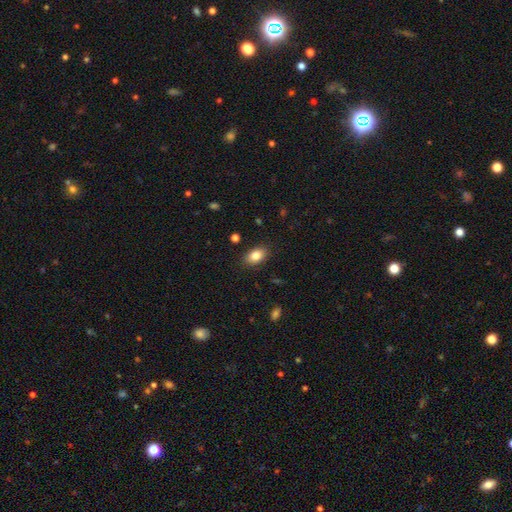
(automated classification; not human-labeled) Morphology: type=smooth (83%); roundness=in between (88%); merging=none (87%).